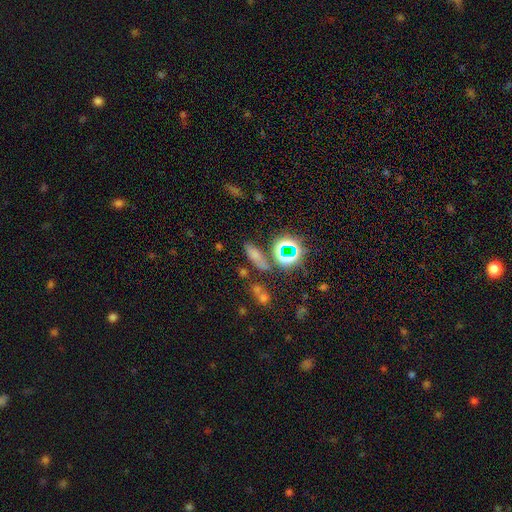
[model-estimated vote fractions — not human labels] The model was most divided on "how rounded": in between: 53%, cigar-shaped: 34%, round: 13%. More confident: merging — none (69%); smooth or featured — smooth (59%).